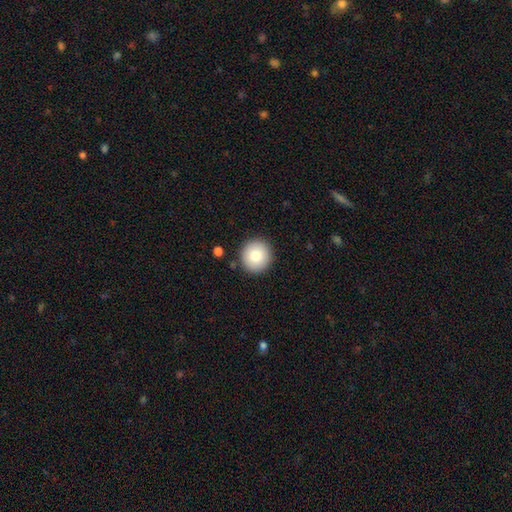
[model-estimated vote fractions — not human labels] A smooth galaxy with no disk features (81%) that is round (94%). Merging: none (90%).